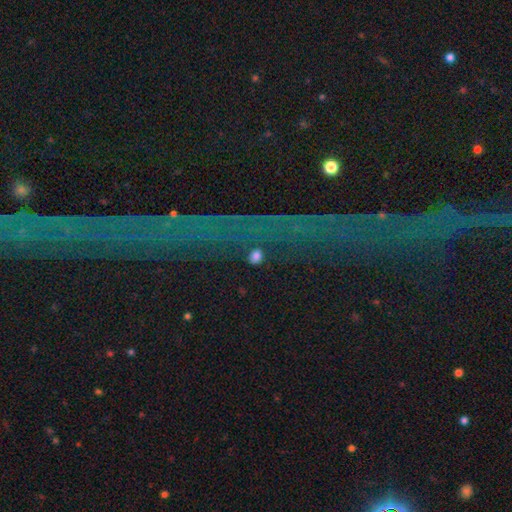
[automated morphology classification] Smooth or featured: smooth — 73% (star or artifact — 20%)
How rounded: round — 54% (in between — 42%)
Merging: none — 79% (minor disturbance — 10%)